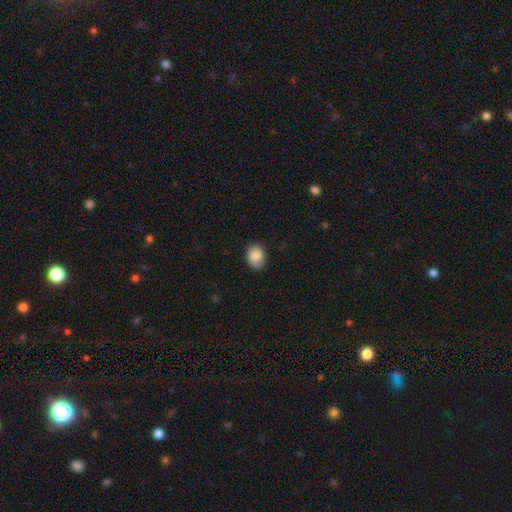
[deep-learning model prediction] This appears to be a smooth galaxy with no disk features (87%) that is in between round and cigar-shaped (65%). Merging: none (82%).